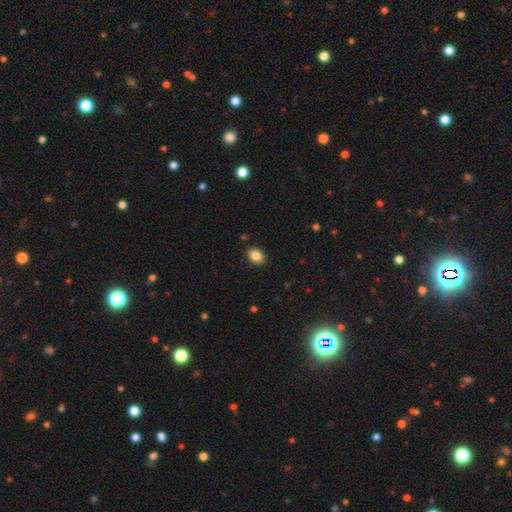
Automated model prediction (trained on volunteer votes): Smooth or featured? Predicted: smooth (p=0.86). How rounded? Predicted: in between (p=0.77). Merging? Predicted: none (p=0.88).